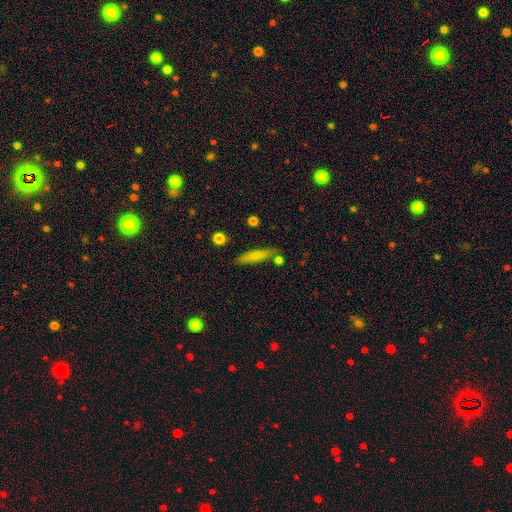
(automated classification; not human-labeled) Smooth or featured? Predicted: smooth (p=0.73). How rounded? Predicted: cigar-shaped (p=0.85). Merging? Predicted: none (p=0.79).